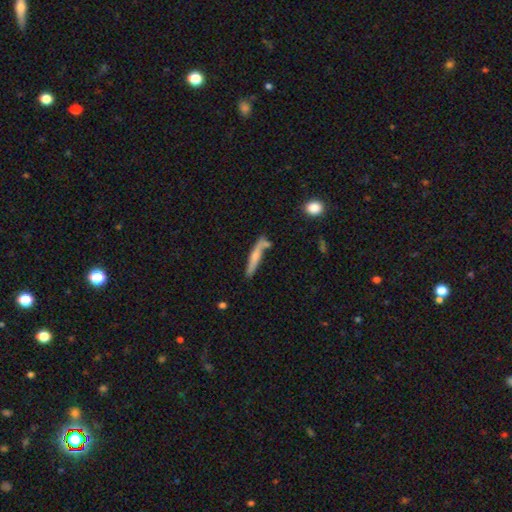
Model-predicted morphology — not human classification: A smooth galaxy with no disk features (56%) that is cigar-shaped (91%). Merging: none (62%).